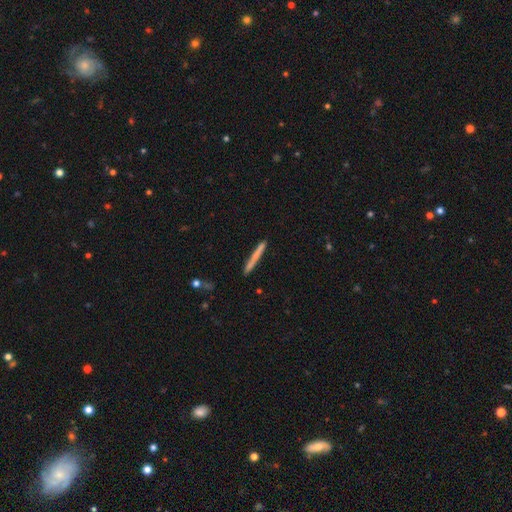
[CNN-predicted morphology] Smooth or featured?
  - smooth: 64% *
  - featured or disk: 30%
  - star or artifact: 6%
How rounded?
  - cigar-shaped: 97% *
  - in between: 2%
  - round: 1%
Merging?
  - none: 88% *
  - minor disturbance: 9%
  - merger: 2%
  - major disturbance: 2%